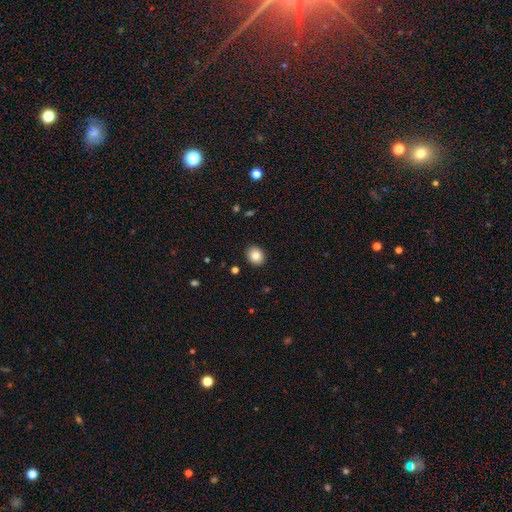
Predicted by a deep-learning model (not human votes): Overall: smooth (85%). How rounded: round (61%; in between 39%). Merging: none (90%).